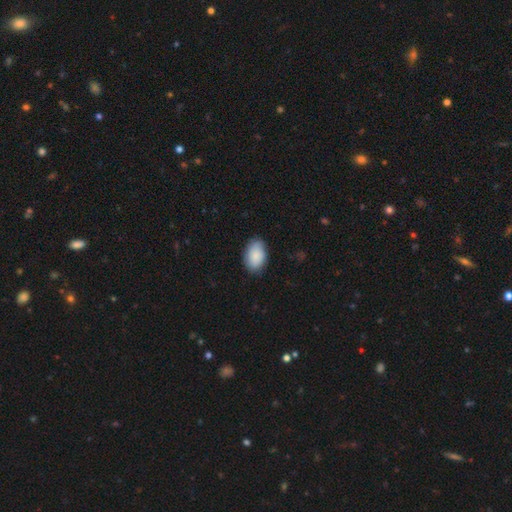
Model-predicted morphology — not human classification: Smooth or featured? smooth (87%)
How rounded? in between (90%)
Merging? none (83%)